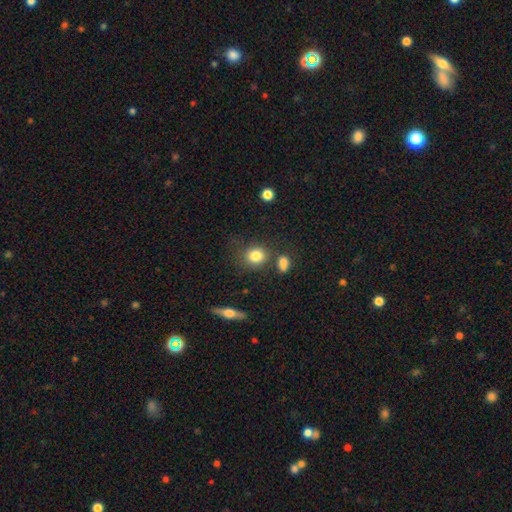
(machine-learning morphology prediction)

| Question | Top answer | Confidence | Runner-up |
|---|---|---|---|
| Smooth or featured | smooth | 82% | star or artifact (10%) |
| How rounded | round | 75% | in between (23%) |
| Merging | none | 72% | minor disturbance (12%) |